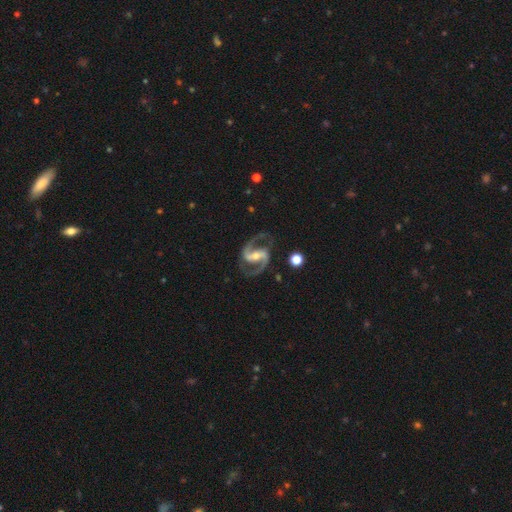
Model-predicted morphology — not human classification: Overall: featured or disk (93%). Edge-on disk: no (98%). Bar: strong (55%; weak 32%). Spiral arms: yes (98%). Spiral arm count: 2 (94%). Spiral winding: medium (65%). Bulge size: moderate (48%; small 46%). Merging: none (81%).